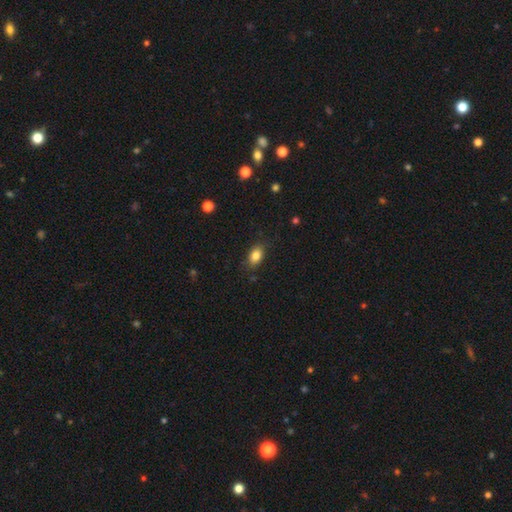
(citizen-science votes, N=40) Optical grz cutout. It shows a smooth galaxy with no disk features (85%) that is in between round and cigar-shaped (79%). Merging: none (76%).